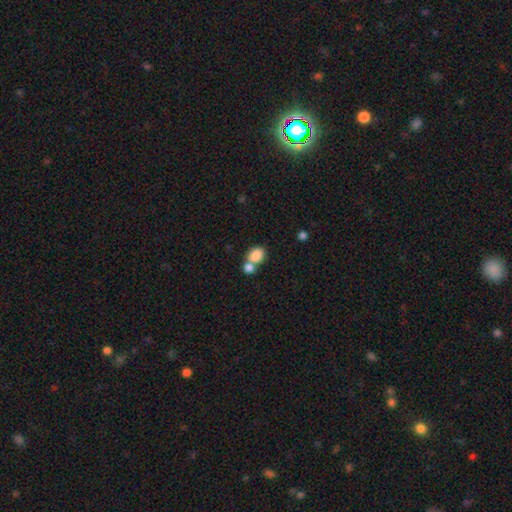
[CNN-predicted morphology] Overall: smooth (84%). How rounded: in between (57%; round 42%). Merging: merger (51%; none 37%).